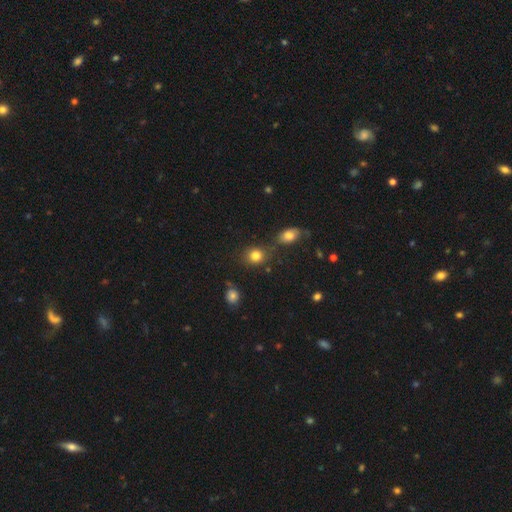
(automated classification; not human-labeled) The model was most divided on "how rounded": round: 73%, in between: 26%, cigar-shaped: 1%. More confident: smooth or featured — smooth (81%); merging — none (68%).